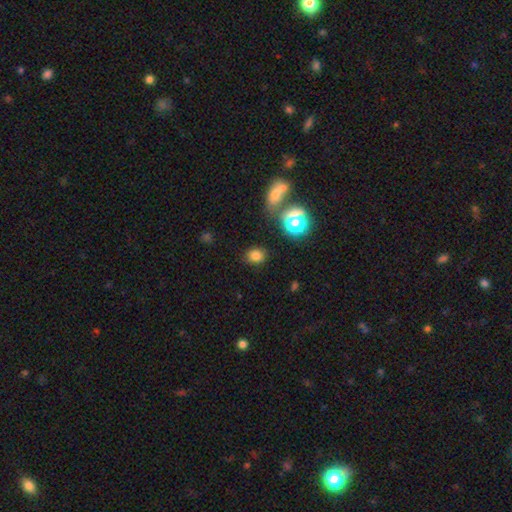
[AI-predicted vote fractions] Smooth or featured?
  - smooth: 77% *
  - star or artifact: 17%
  - featured or disk: 6%
How rounded?
  - round: 53% *
  - in between: 45%
  - cigar-shaped: 1%
Merging?
  - none: 83% *
  - minor disturbance: 10%
  - merger: 4%
  - major disturbance: 3%